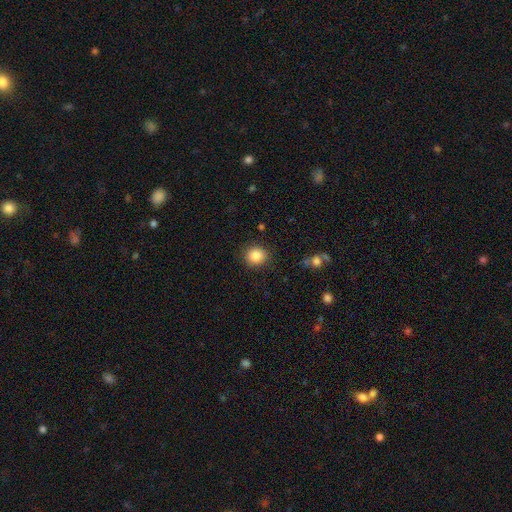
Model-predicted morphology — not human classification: Smooth or featured? smooth (86%)
How rounded? round (82%)
Merging? none (88%)